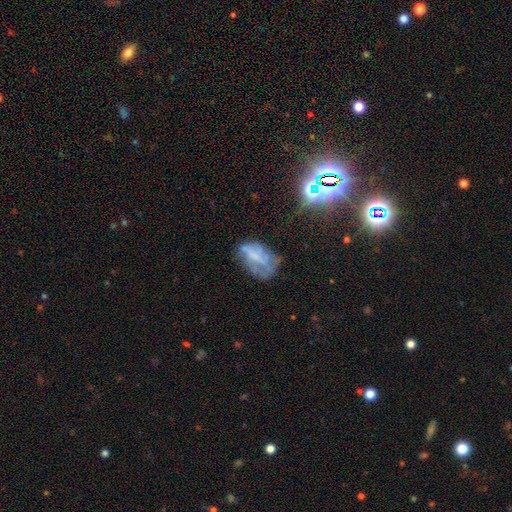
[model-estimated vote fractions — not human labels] Smooth or featured? Predicted: featured or disk (p=0.50). Edge-on disk? Predicted: no (p=0.95). Merging? Predicted: none (p=0.40).